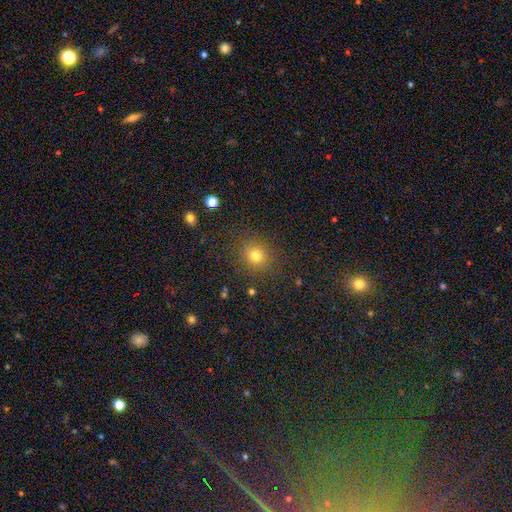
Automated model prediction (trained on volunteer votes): A smooth galaxy with no disk features (76%) that is round (82%). Merging: none (85%).